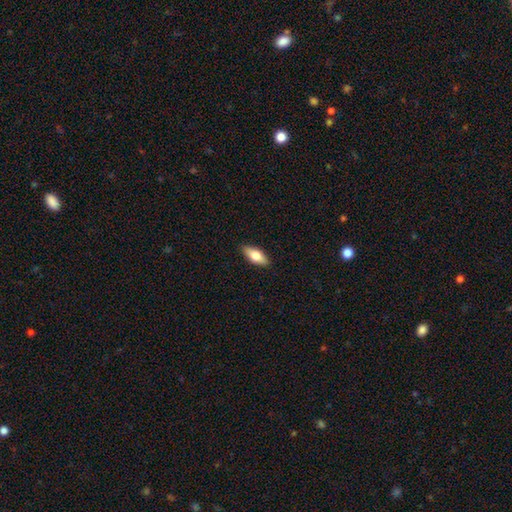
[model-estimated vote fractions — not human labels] A smooth galaxy with no disk features (68%) that is in between round and cigar-shaped (76%). Merging: none (89%).